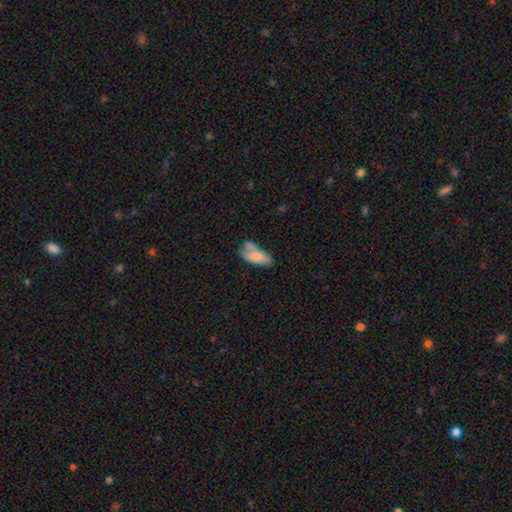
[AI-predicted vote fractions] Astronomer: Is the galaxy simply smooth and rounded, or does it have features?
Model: smooth — 75%.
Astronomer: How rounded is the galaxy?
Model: in between — 87%.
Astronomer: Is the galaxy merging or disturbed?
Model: none — 38% (runner-up: merger, 25%).